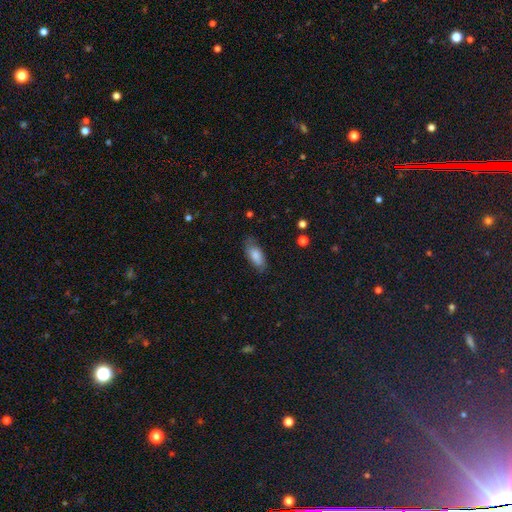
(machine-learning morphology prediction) smooth_or_featured: smooth (p=0.79) [alt: featured or disk p=0.14]
how_rounded: in between (p=0.84) [alt: cigar-shaped p=0.13]
merging: none (p=0.72) [alt: minor disturbance p=0.21]